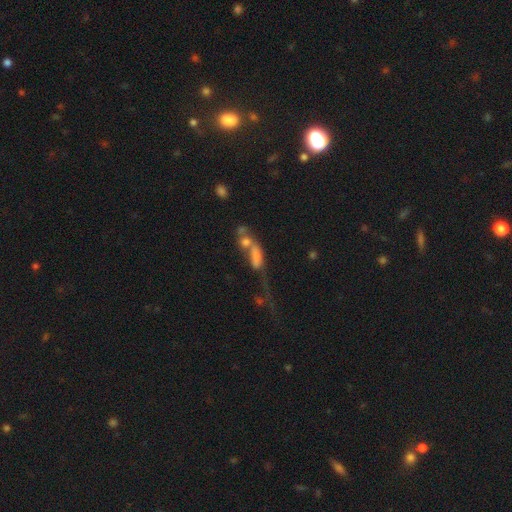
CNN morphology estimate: A smooth galaxy with no disk features (59%) that is in between round and cigar-shaped (57%). Merging: merger (55%).